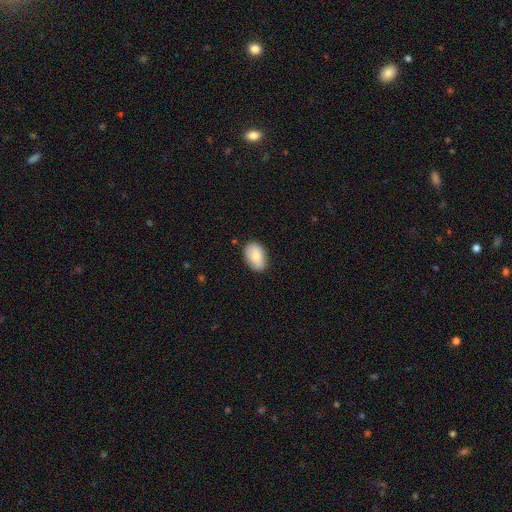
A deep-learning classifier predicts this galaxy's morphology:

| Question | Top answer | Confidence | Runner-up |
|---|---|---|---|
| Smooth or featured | smooth | 80% | featured or disk (13%) |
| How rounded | in between | 88% | round (11%) |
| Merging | none | 80% | minor disturbance (16%) |